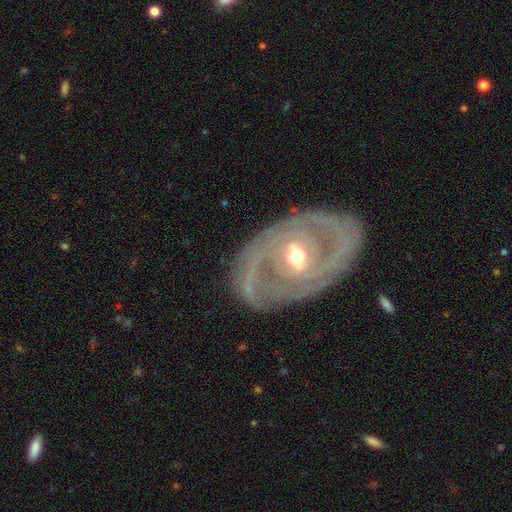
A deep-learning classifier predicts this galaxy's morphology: smooth-or-featured: featured or disk: 89% | smooth: 6% | star or artifact: 5%
  disk-edge-on: no: 95% | yes: 5%
    bar: no: 39% (tied) | weak: 39% (tied) | strong: 22%
    has-spiral-arms: yes: 93% | no: 7%
      spiral-winding: tight: 60% | medium: 31% | loose: 9%
      spiral-arm-count: 2: 63% | can't tell: 14% | 3: 11% | 4: 4% | 1: 4% | more than 4: 4%
    bulge-size: moderate: 61% | small: 35% | large: 3% | dominant: 1% | none: 1%
  merging: none: 79% | minor disturbance: 14% | major disturbance: 6% | merger: 2%